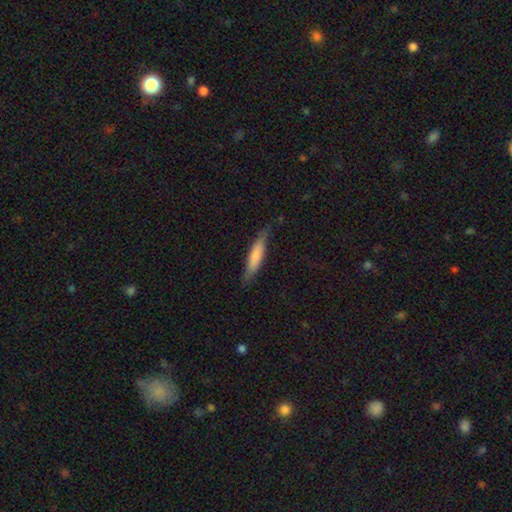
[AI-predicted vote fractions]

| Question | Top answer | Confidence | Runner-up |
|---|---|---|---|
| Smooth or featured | smooth | 70% | featured or disk (24%) |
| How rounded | cigar-shaped | 81% | in between (18%) |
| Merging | none | 74% | minor disturbance (20%) |